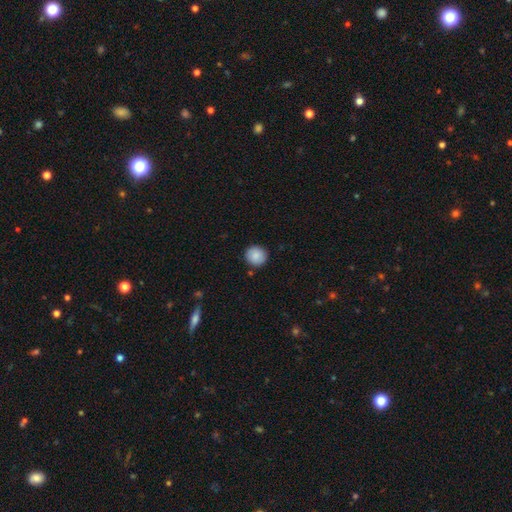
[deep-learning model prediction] Morphology: type=smooth (87%); roundness=round (92%); merging=none (90%).